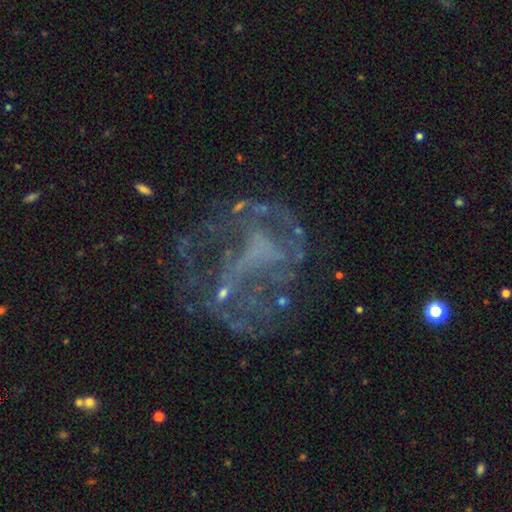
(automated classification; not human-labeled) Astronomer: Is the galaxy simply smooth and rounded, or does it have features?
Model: featured or disk — 70%.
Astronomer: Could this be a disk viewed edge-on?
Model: no — 98%.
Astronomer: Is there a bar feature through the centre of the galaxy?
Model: no — 61%.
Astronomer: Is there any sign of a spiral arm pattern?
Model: yes — 58% (runner-up: no, 42%).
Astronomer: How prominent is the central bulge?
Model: none — 69%.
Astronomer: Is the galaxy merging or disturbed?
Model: none — 53% (runner-up: major disturbance, 28%).